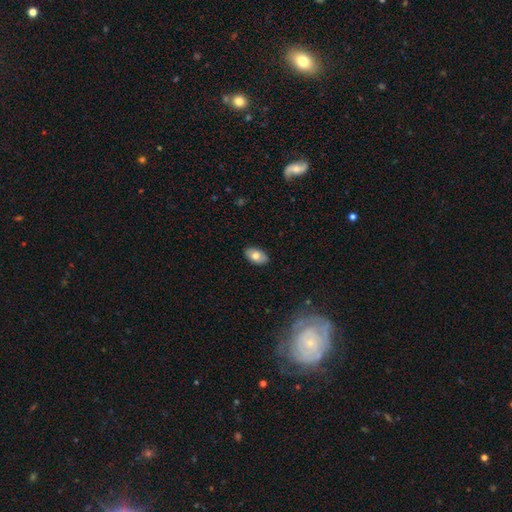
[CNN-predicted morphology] Smooth or featured? Predicted: smooth (p=0.74). How rounded? Predicted: in between (p=0.94). Merging? Predicted: none (p=0.88).